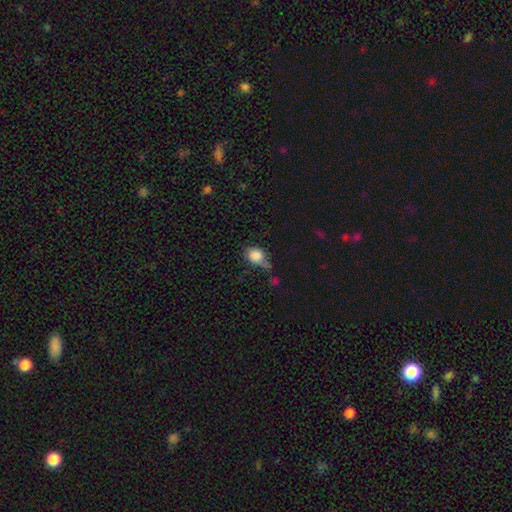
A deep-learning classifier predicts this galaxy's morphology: Q: Smooth or featured?
A: smooth (82%); runner-up: featured or disk (9%)
Q: How rounded?
A: in between (65%); runner-up: round (33%)
Q: Merging?
A: minor disturbance (36%); runner-up: none (35%)